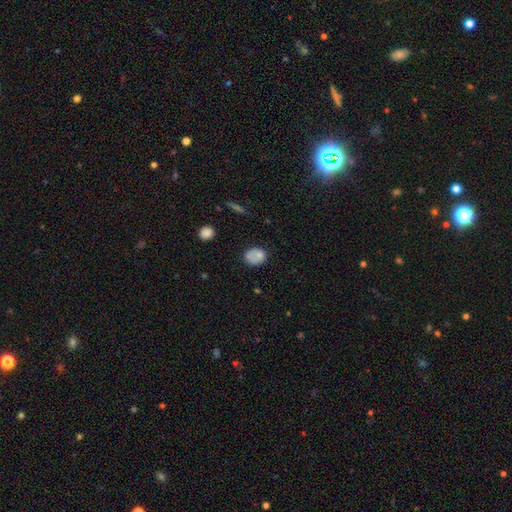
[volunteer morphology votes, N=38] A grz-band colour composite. It shows a smooth galaxy with no disk features (89%) that is round (62%). Merging: none (82%).